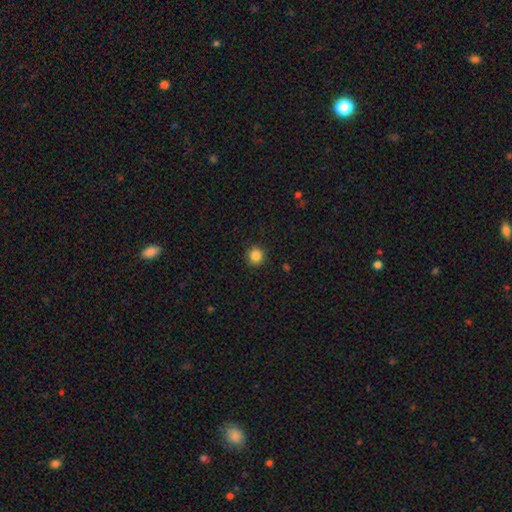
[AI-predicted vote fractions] Smooth or featured: smooth — 85% (star or artifact — 11%)
How rounded: round — 94% (in between — 5%)
Merging: none — 92% (minor disturbance — 5%)